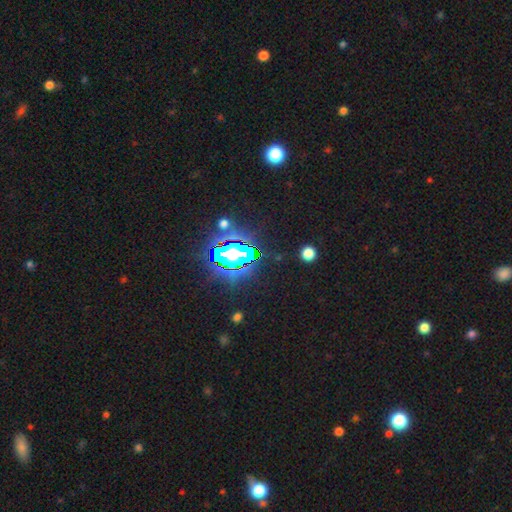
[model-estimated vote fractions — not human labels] This is likely a star or artifact rather than a galaxy (74%).